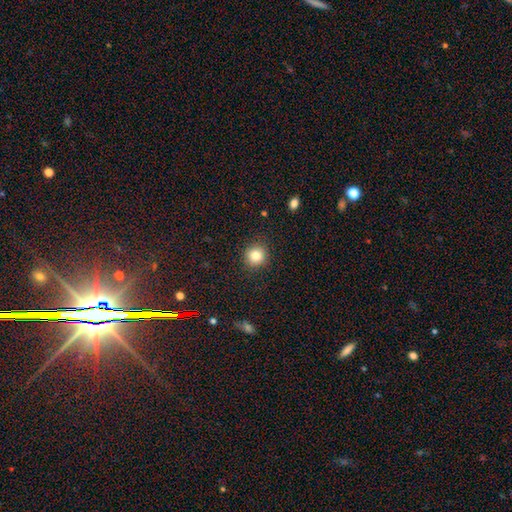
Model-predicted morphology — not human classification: Overall: smooth (83%). How rounded: round (91%). Merging: none (90%).